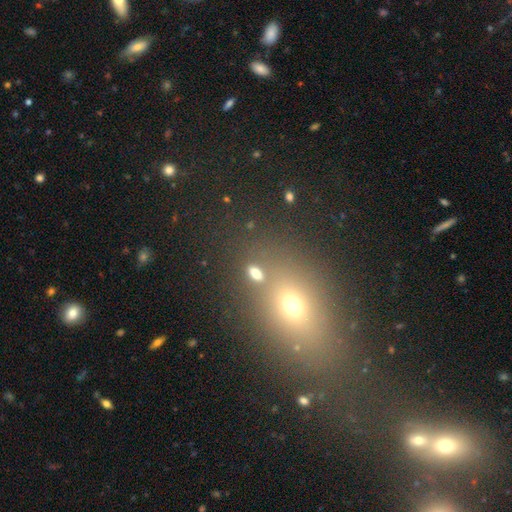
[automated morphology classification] smooth_or_featured: smooth (p=0.53) [alt: star or artifact p=0.31]
how_rounded: in between (p=0.63) [alt: round p=0.28]
merging: none (p=0.65) [alt: merger p=0.15]